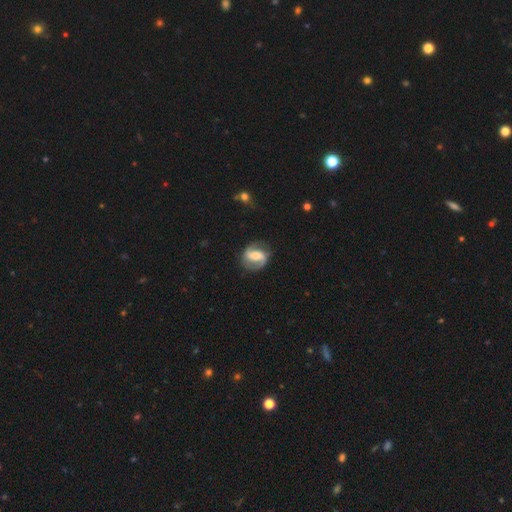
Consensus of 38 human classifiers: Morphology: type=featured or disk (89%); edge-on=no (100%); bar=weak (44%); spiral arms=yes (91%); winding=medium (52%); arm count=2 (90%); bulge=moderate (47%); merging=none (79%).